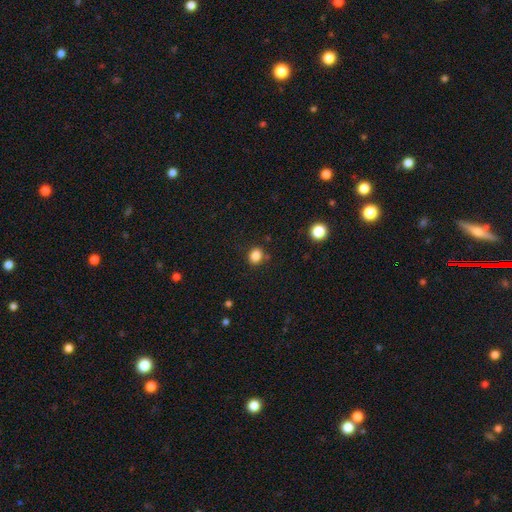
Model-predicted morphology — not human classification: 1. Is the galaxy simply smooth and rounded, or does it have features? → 84% smooth, 12% star or artifact, 4% featured or disk.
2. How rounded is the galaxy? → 68% round, 31% in between, 1% cigar-shaped.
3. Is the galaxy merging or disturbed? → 82% none, 12% minor disturbance, 4% merger, 3% major disturbance.